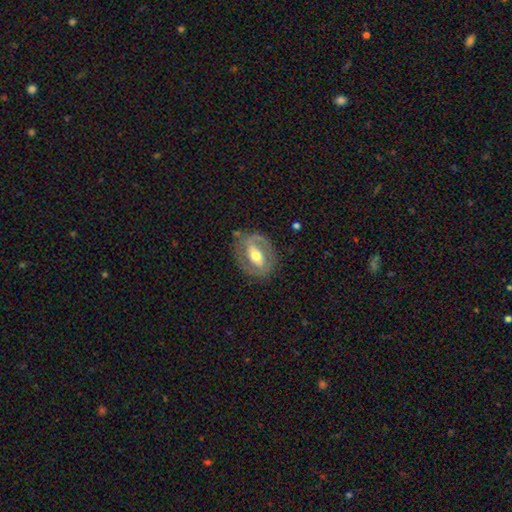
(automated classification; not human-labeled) featured or disk 72%, smooth 22%, star or artifact 6%. Down the decision tree: edge-on disk — no (93%); bar — strong (43%); spiral arms — yes (59%); bulge size — moderate (72%); merging — none (77%).